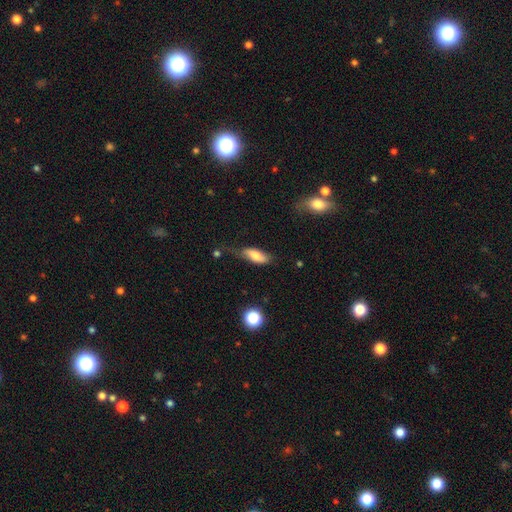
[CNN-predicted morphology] Smooth or featured? Predicted: smooth (p=0.73). How rounded? Predicted: in between (p=0.76). Merging? Predicted: none (p=0.49).